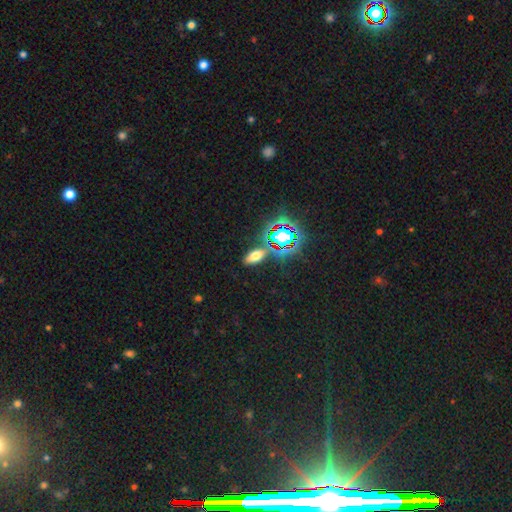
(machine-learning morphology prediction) A smooth galaxy with no disk features (57%) that is in between round and cigar-shaped (80%).

Vote fractions:
- Smooth or featured? smooth: 57% / star or artifact: 31% / featured or disk: 12%
- How rounded? in between: 80% / cigar-shaped: 12% / round: 7%
- Merging? none: 79% / minor disturbance: 11% / merger: 6% / major disturbance: 4%